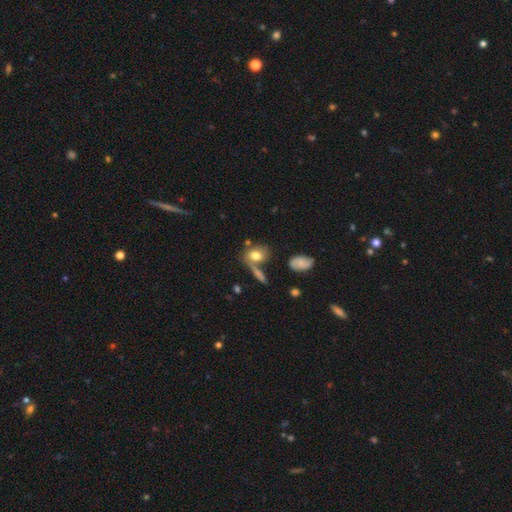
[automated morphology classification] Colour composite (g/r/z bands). It shows a smooth galaxy with no disk features (72%) that is in between round and cigar-shaped (67%). Merging: none (50%).